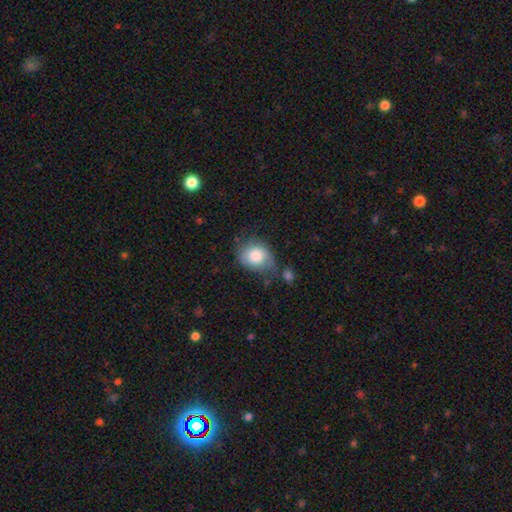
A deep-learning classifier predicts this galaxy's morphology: Smooth or featured? smooth (76%)
How rounded? in between (50%)
Merging? none (48%)